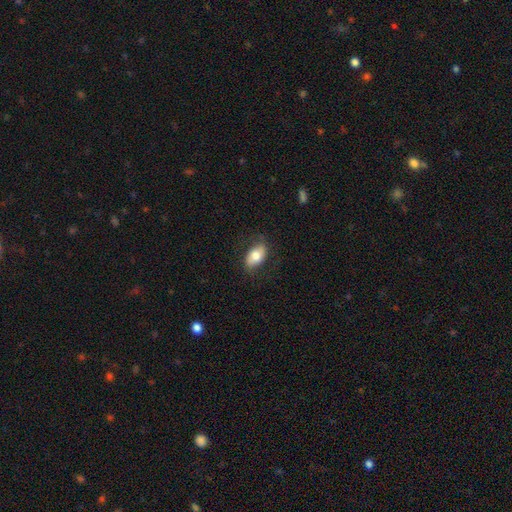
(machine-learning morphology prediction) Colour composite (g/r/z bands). It shows a smooth galaxy with no disk features (73%) that is in between round and cigar-shaped (91%). Merging: none (77%).